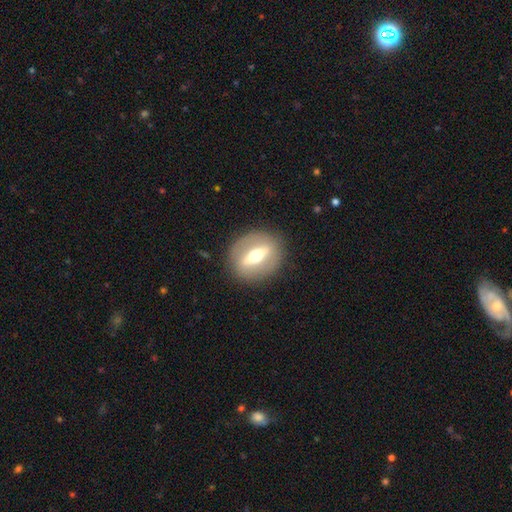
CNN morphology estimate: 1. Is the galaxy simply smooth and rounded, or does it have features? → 65% featured or disk, 28% smooth, 7% star or artifact.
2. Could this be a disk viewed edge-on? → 56% no, 44% yes.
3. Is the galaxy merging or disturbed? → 86% none, 8% minor disturbance, 4% major disturbance, 1% merger.